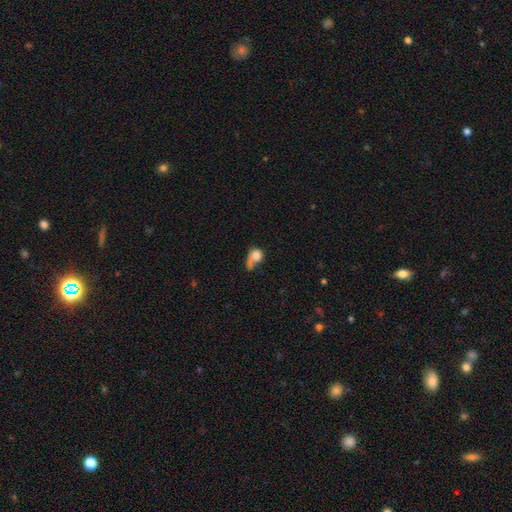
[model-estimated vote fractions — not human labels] Smooth or featured: smooth — 72% (featured or disk — 19%)
How rounded: round — 57% (in between — 40%)
Merging: major disturbance — 29% (merger — 28%)